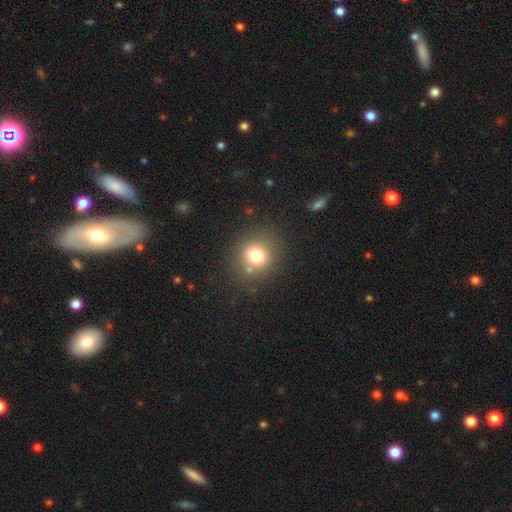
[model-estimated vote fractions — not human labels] The model was most divided on "smooth or featured": smooth: 75%, star or artifact: 14%, featured or disk: 11%. More confident: how rounded — round (85%); merging — none (77%).